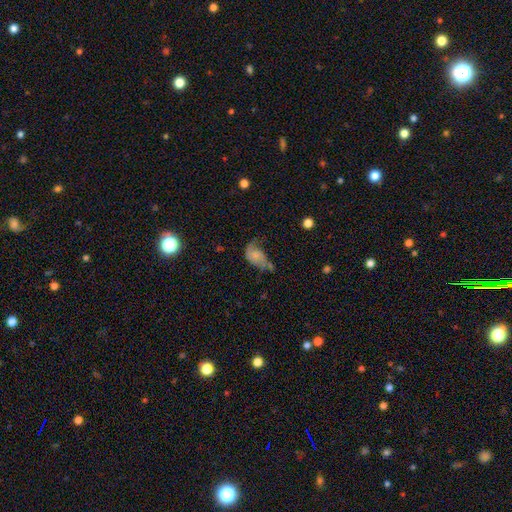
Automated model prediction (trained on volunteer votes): This appears to be a featured or disk galaxy (48%). Merging: major disturbance (32%).